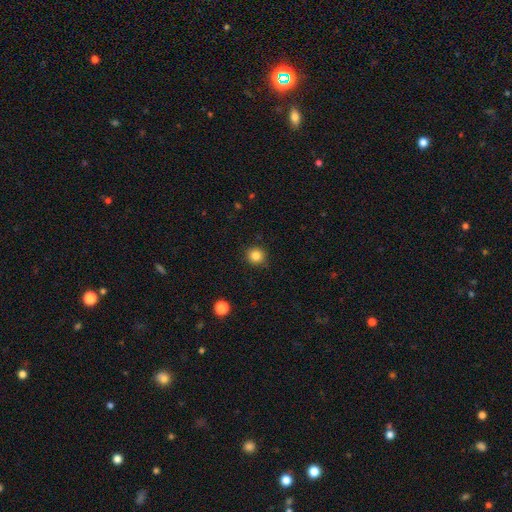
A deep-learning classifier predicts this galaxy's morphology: Q: Smooth or featured?
A: smooth (85%); runner-up: star or artifact (11%)
Q: How rounded?
A: round (92%); runner-up: in between (7%)
Q: Merging?
A: none (90%); runner-up: minor disturbance (7%)